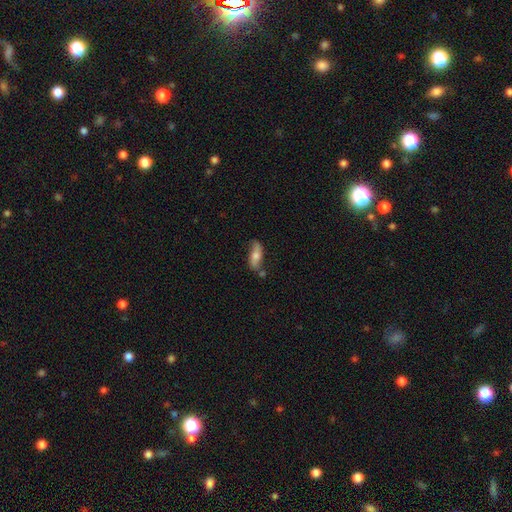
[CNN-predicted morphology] A smooth galaxy with no disk features (54%) that is in between round and cigar-shaped (67%). Merging: none (62%).